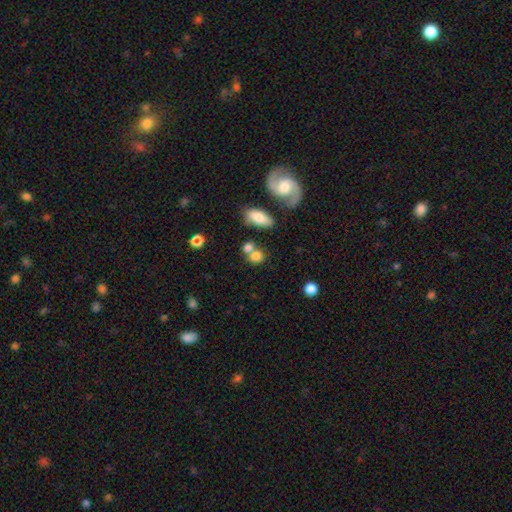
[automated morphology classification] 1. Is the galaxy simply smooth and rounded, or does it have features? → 78% smooth, 11% featured or disk, 11% star or artifact.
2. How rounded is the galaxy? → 64% round, 34% in between, 2% cigar-shaped.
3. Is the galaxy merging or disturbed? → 42% merger, 41% none, 11% minor disturbance, 6% major disturbance.